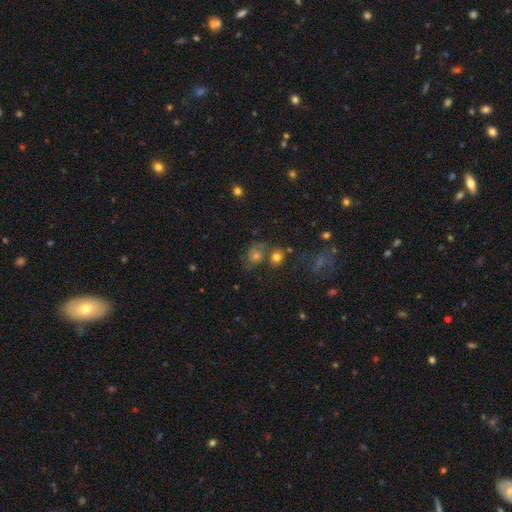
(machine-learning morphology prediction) Q: Smooth or featured?
A: smooth (41%); runner-up: featured or disk (34%)
Q: Merging?
A: none (49%); runner-up: merger (21%)